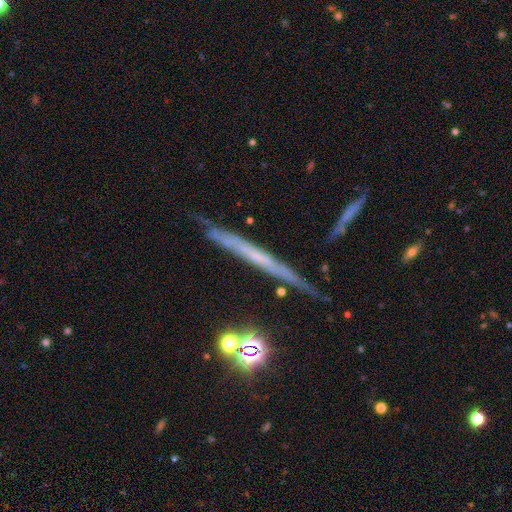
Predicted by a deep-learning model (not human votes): Smooth or featured?
  - featured or disk: 60% *
  - smooth: 29%
  - star or artifact: 12%
Edge-on disk?
  - yes: 91% *
  - no: 9%
Edge-on bulge?
  - none: 87% *
  - rounded: 8%
  - boxy: 4%
Merging?
  - none: 76% *
  - minor disturbance: 17%
  - major disturbance: 4%
  - merger: 3%